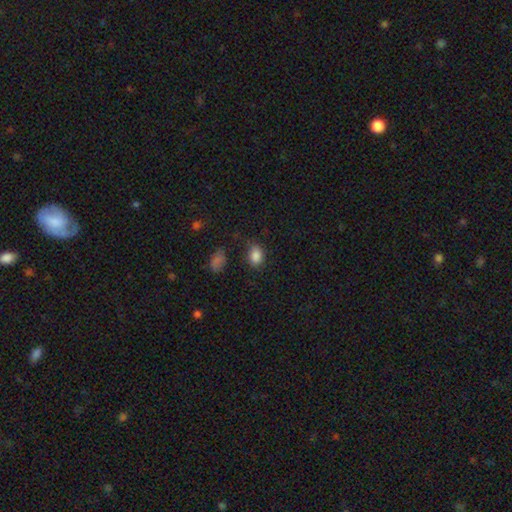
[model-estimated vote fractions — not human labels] Overall: smooth (85%). How rounded: in between (74%). Merging: none (72%).